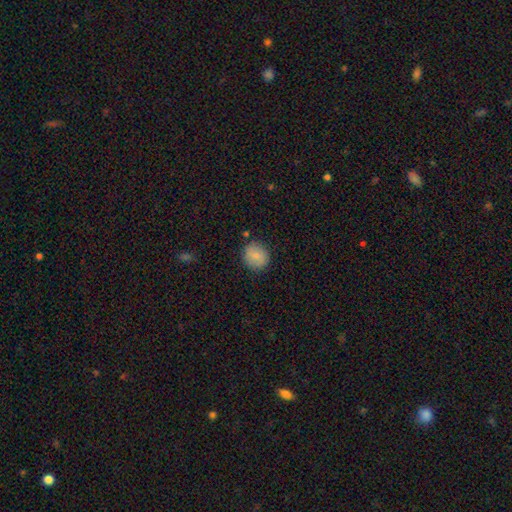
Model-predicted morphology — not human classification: This is clearly a smooth galaxy (81%). How rounded: clearly round (84%). Merging: clearly none (84%).